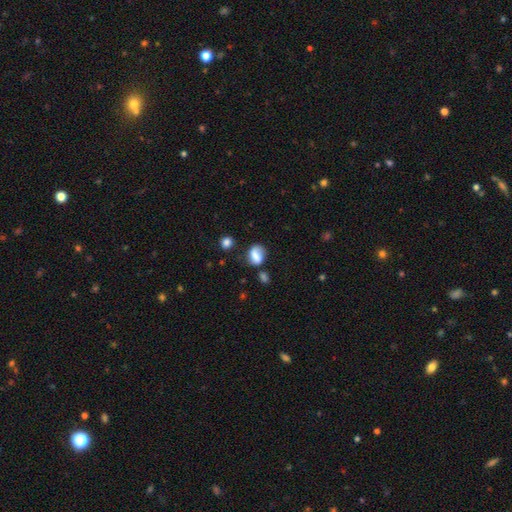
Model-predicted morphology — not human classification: smooth 59%, featured or disk 31%, star or artifact 10%. Down the decision tree: how rounded — in between (57%); merging — none (53%).